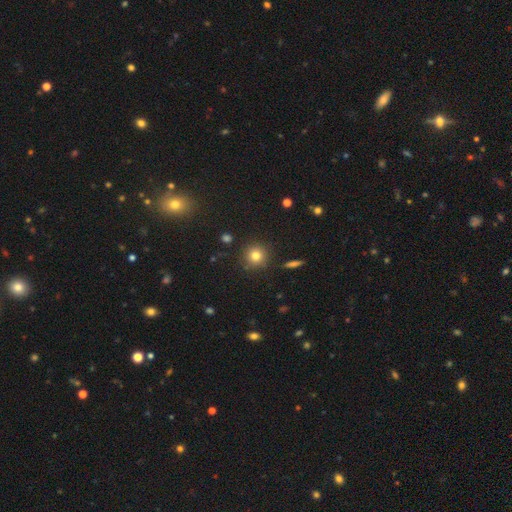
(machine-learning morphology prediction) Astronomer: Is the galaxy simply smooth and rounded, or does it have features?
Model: smooth — 79%.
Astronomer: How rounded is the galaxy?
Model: round — 93%.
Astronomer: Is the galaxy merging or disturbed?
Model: none — 89%.